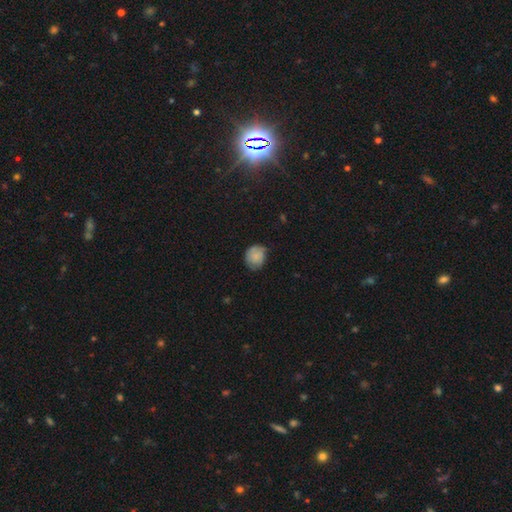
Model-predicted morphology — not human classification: Overall: smooth (76%). How rounded: round (67%; in between 32%). Merging: none (56%; minor disturbance 35%).